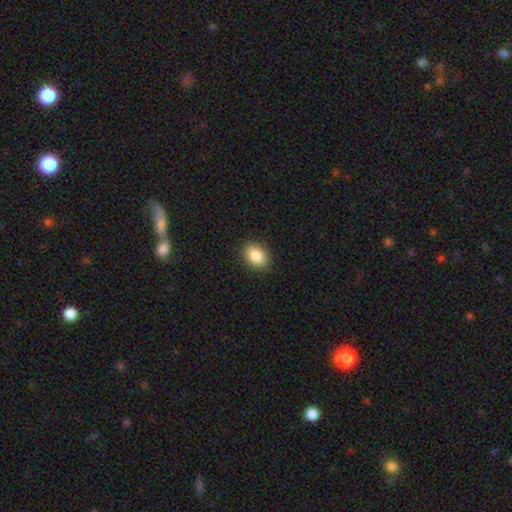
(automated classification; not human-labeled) A smooth galaxy with no disk features (86%) that is in between round and cigar-shaped (81%). Merging: none (88%).